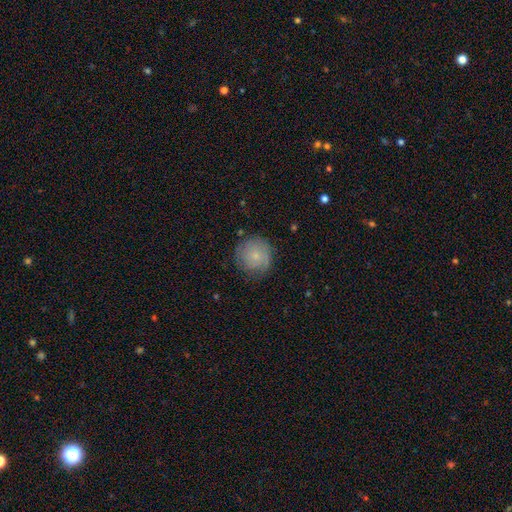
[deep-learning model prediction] Smooth or featured: smooth — 63% (featured or disk — 29%)
How rounded: round — 93% (in between — 6%)
Merging: none — 74% (minor disturbance — 19%)